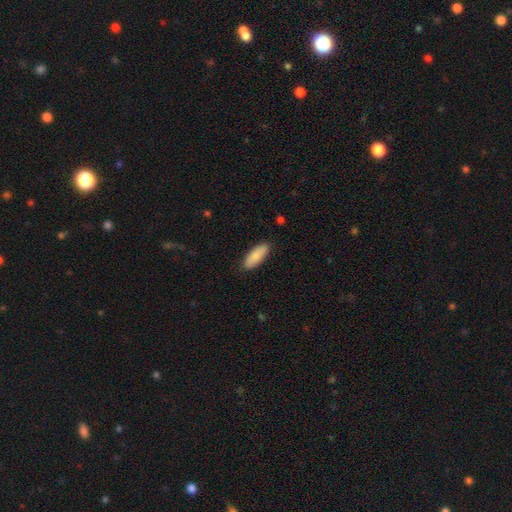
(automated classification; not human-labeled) Overall: smooth (82%). How rounded: in between (75%). Merging: none (87%).